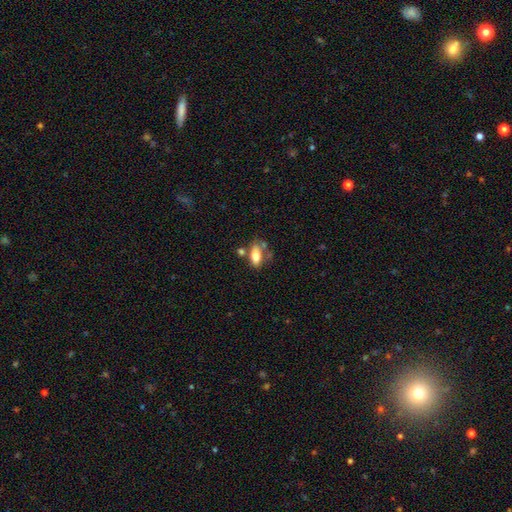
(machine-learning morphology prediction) The model was most divided on "merging": none: 52%, merger: 21%, minor disturbance: 19%, major disturbance: 8%. More confident: how rounded — in between (85%); smooth or featured — smooth (79%).